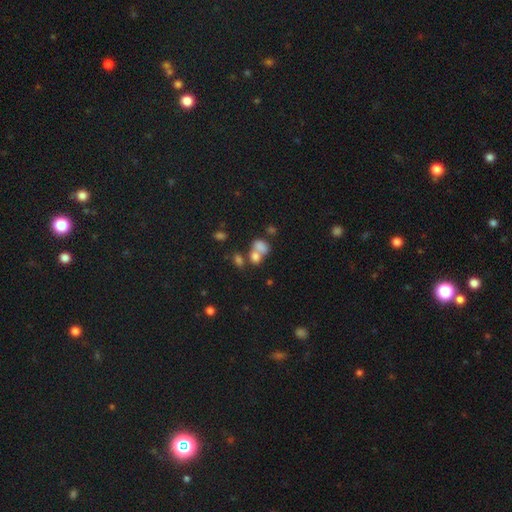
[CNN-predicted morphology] smooth 72%, featured or disk 14%, star or artifact 14%. Down the decision tree: how rounded — in between (63%); merging — merger (55%).